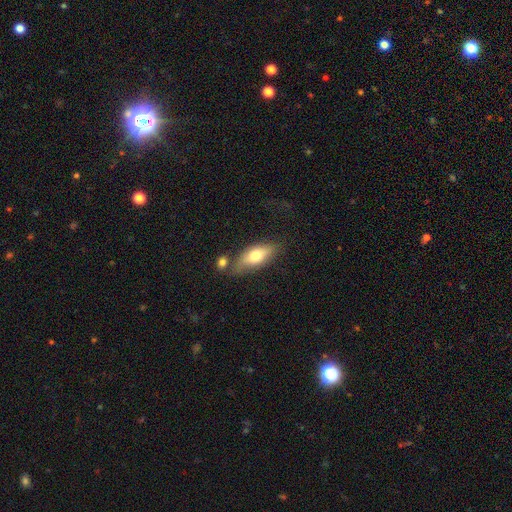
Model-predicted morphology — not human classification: This appears to be a smooth galaxy with no disk features (67%) that is in between round and cigar-shaped (75%). Merging: none (61%).